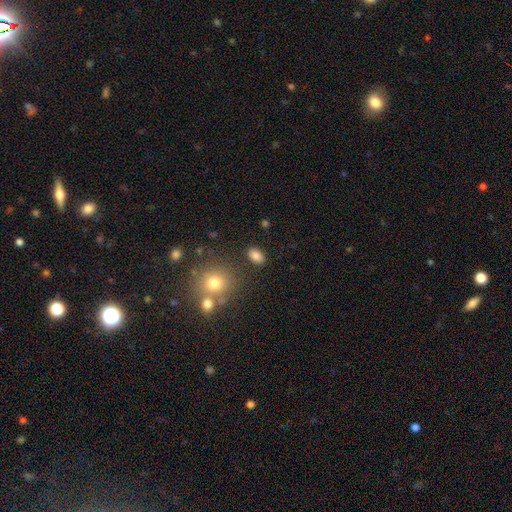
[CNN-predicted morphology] Smooth or featured?
  - smooth: 82% *
  - star or artifact: 11%
  - featured or disk: 7%
How rounded?
  - in between: 85% *
  - round: 13%
  - cigar-shaped: 2%
Merging?
  - none: 84% *
  - minor disturbance: 9%
  - merger: 4%
  - major disturbance: 3%